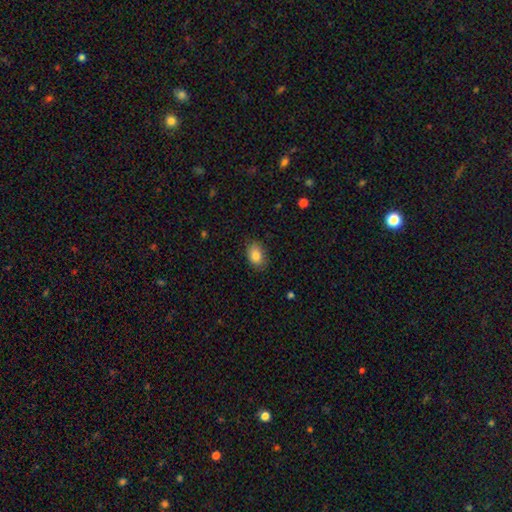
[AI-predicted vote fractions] Smooth or featured: smooth — 83% (featured or disk — 9%)
How rounded: in between — 81% (round — 18%)
Merging: none — 81% (minor disturbance — 15%)